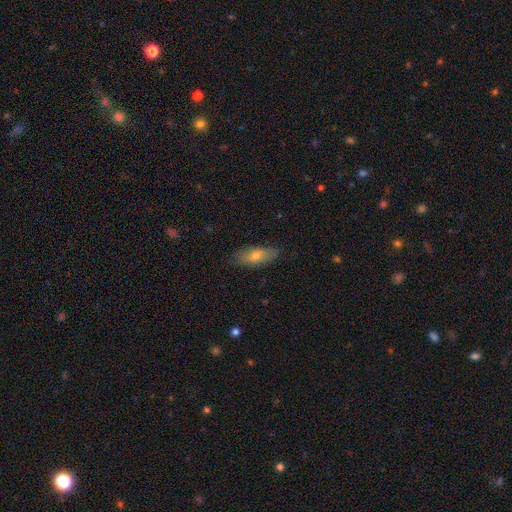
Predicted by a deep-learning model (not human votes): Overall: smooth (69%). How rounded: in between (72%). Merging: none (83%).